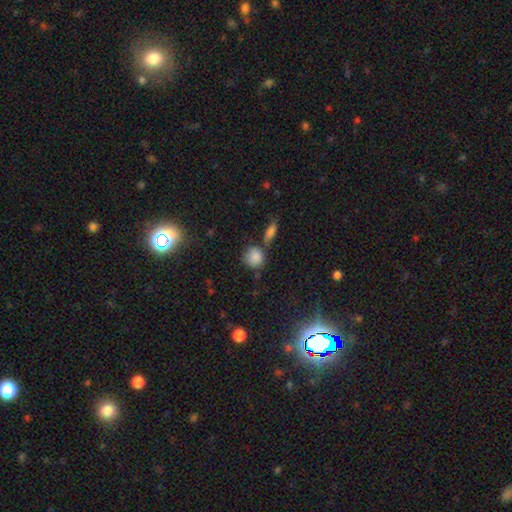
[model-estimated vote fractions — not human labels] smooth-or-featured: smooth: 83% | star or artifact: 11% | featured or disk: 6%
  how-rounded: round: 83% | in between: 15% | cigar-shaped: 2%
  merging: none: 59% | merger: 19% | minor disturbance: 16% | major disturbance: 6%